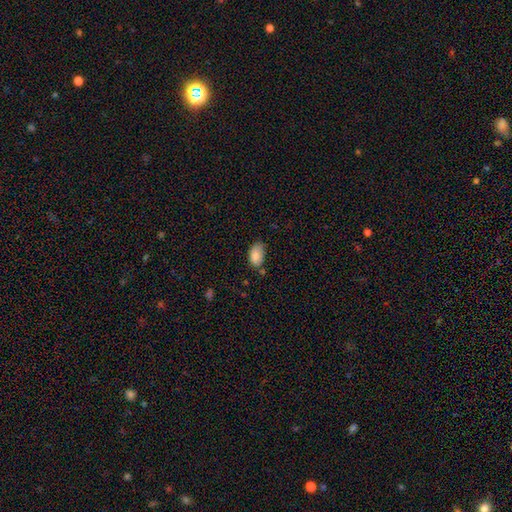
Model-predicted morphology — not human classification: A smooth galaxy with no disk features (85%) that is in between round and cigar-shaped (93%).

Vote fractions:
- Smooth or featured? smooth: 85% / featured or disk: 8% / star or artifact: 7%
- How rounded? in between: 93% / round: 6% / cigar-shaped: 2%
- Merging? none: 58% / minor disturbance: 31% / major disturbance: 6% / merger: 5%